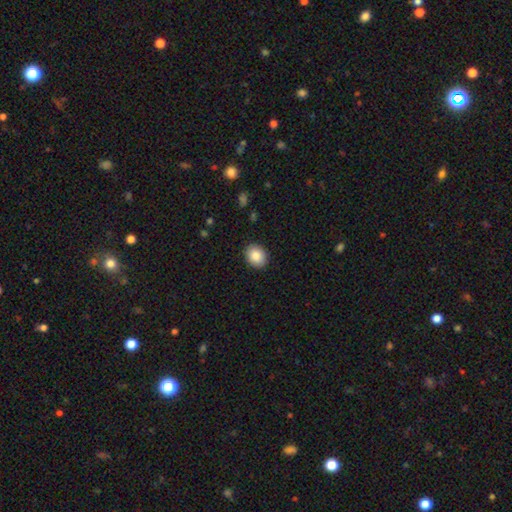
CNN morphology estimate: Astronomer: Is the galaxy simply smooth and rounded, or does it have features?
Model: smooth — 87%.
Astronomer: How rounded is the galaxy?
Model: in between — 50% (runner-up: round, 49%).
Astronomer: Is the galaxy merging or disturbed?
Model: none — 90%.